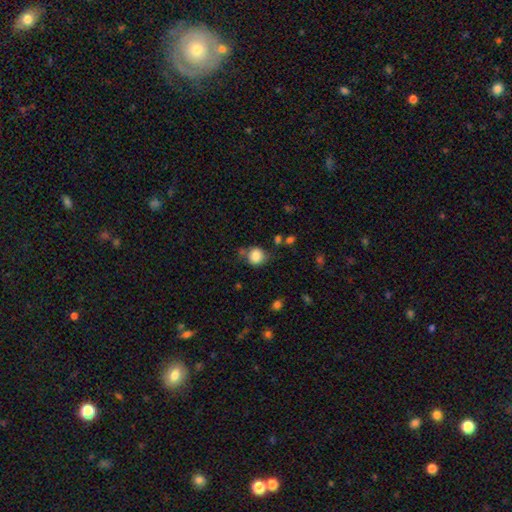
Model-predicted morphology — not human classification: Smooth or featured? Predicted: smooth (p=0.84). How rounded? Predicted: round (p=0.83). Merging? Predicted: none (p=0.69).